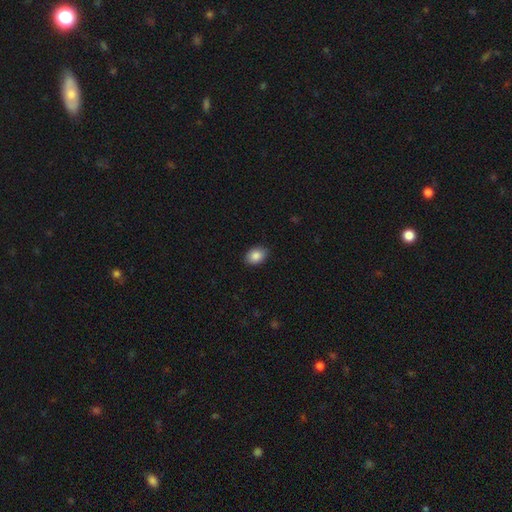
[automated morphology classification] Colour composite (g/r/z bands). It shows a smooth galaxy with no disk features (87%) that is in between round and cigar-shaped (79%). Merging: none (88%).